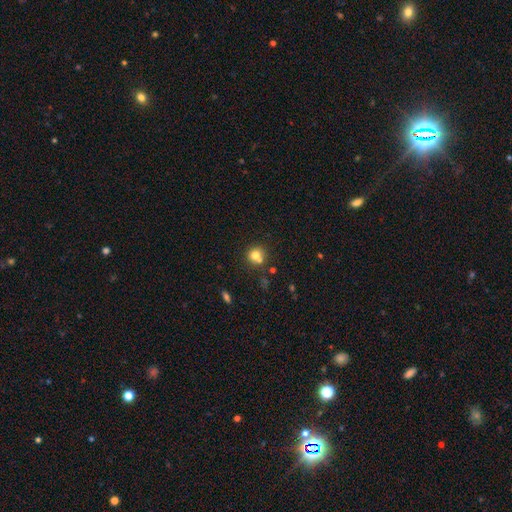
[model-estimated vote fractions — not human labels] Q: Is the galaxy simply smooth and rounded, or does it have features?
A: smooth — 75%.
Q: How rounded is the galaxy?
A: round — 89%.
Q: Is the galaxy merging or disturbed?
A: none — 58%.